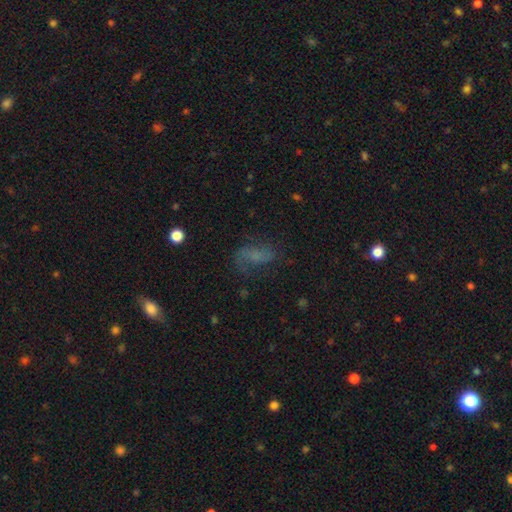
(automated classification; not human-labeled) A featured or disk galaxy (43%). Merging: none (54%).